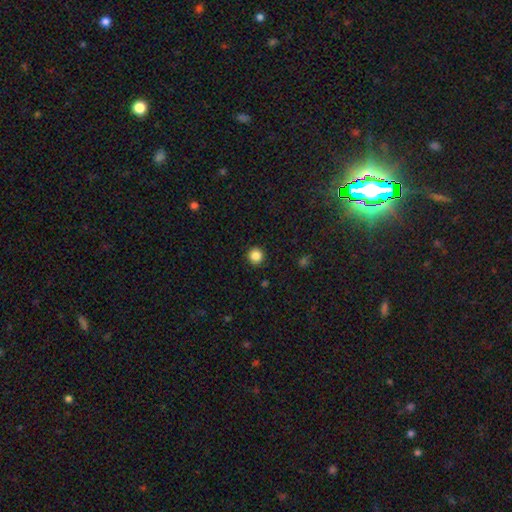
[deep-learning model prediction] A smooth galaxy with no disk features (86%) that is round (94%).

Vote fractions:
- Smooth or featured? smooth: 86% / star or artifact: 10% / featured or disk: 4%
- How rounded? round: 94% / in between: 5% / cigar-shaped: 1%
- Merging? none: 92% / minor disturbance: 5% / major disturbance: 2% / merger: 1%